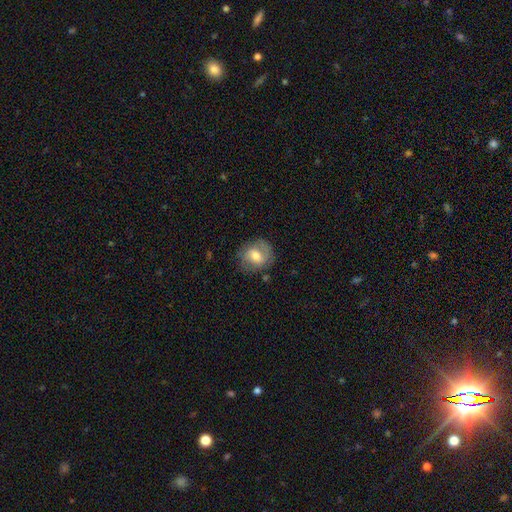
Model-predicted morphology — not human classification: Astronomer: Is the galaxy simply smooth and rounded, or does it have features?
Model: smooth — 47% (runner-up: featured or disk, 45%).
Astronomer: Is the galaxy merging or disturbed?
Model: none — 71%.